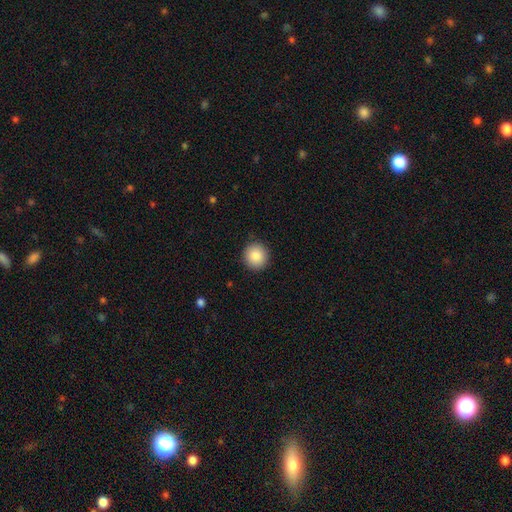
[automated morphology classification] The model was most divided on "smooth or featured": smooth: 86%, star or artifact: 9%, featured or disk: 5%. More confident: how rounded — round (92%); merging — none (90%).